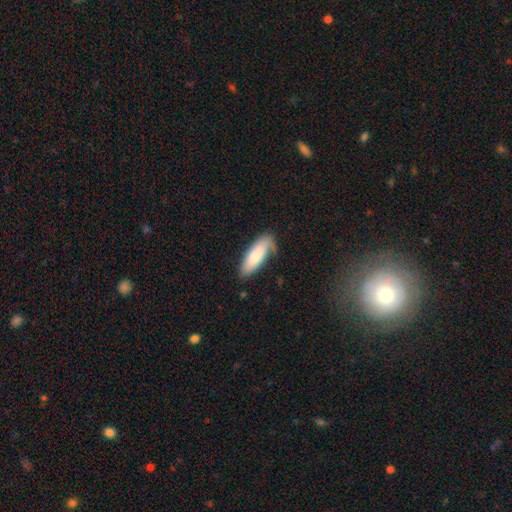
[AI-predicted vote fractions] smooth-or-featured: smooth: 78% | featured or disk: 17% | star or artifact: 6%
  how-rounded: in between: 63% | cigar-shaped: 35% | round: 2%
  merging: none: 61% | minor disturbance: 27% | major disturbance: 9% | merger: 3%